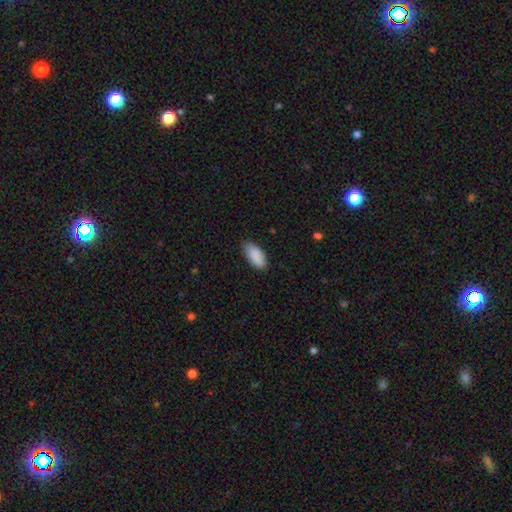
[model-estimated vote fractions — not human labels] smooth 90%, star or artifact 6%, featured or disk 4%. Down the decision tree: how rounded — in between (93%); merging — none (78%).